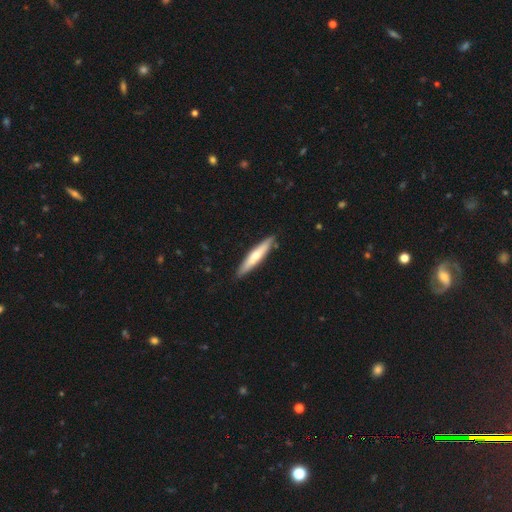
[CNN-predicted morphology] Smooth or featured?
  - smooth: 55% *
  - featured or disk: 40%
  - star or artifact: 5%
How rounded?
  - cigar-shaped: 89% *
  - in between: 10%
  - round: 1%
Merging?
  - none: 87% *
  - minor disturbance: 10%
  - major disturbance: 2%
  - merger: 2%